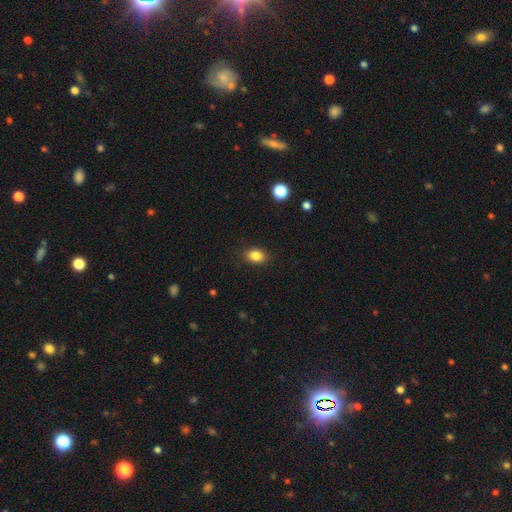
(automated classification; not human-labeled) Overall: smooth (84%). How rounded: in between (70%). Merging: none (87%).